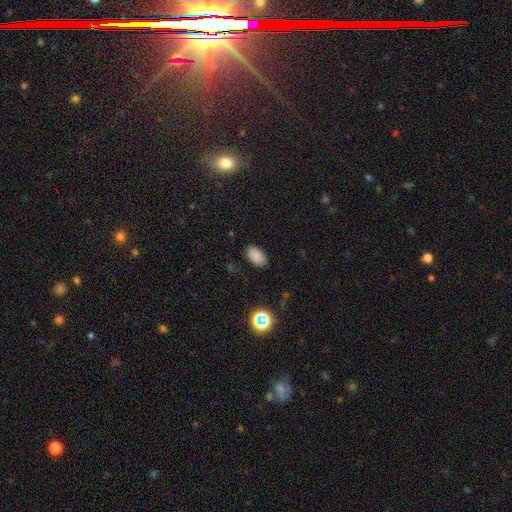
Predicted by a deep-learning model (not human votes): smooth-or-featured: smooth: 83% | star or artifact: 12% | featured or disk: 5%
  how-rounded: in between: 93% | round: 6% | cigar-shaped: 2%
  merging: none: 83% | minor disturbance: 12% | major disturbance: 3% | merger: 1%